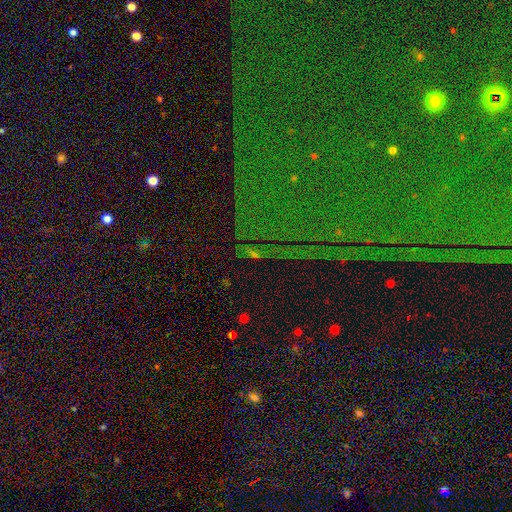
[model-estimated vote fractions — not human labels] A star or artifact, not a galaxy (68%).